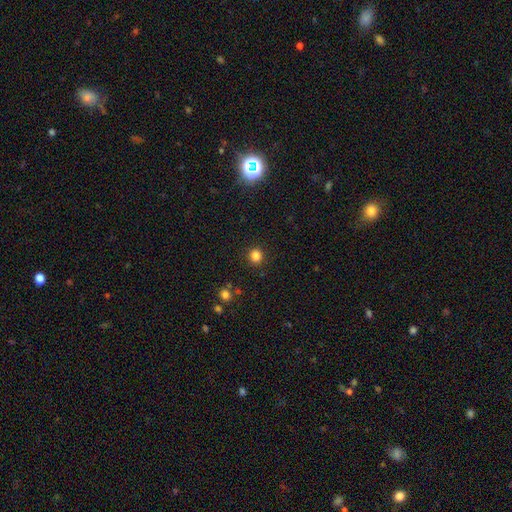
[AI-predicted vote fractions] Overall: smooth (83%). How rounded: round (86%). Merging: none (90%).